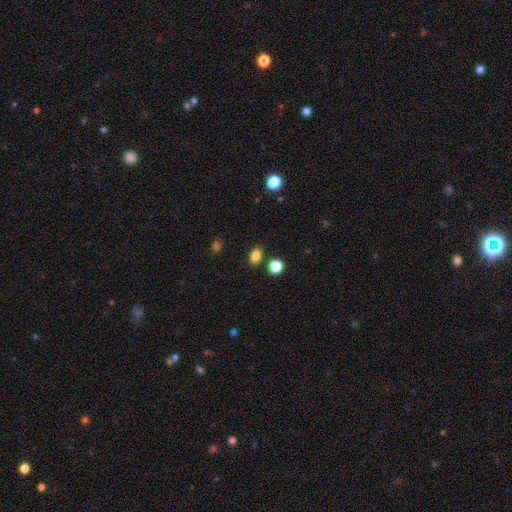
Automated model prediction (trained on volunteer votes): This is clearly a smooth galaxy (84%). How rounded: likely in between (78%). Merging: clearly none (83%).